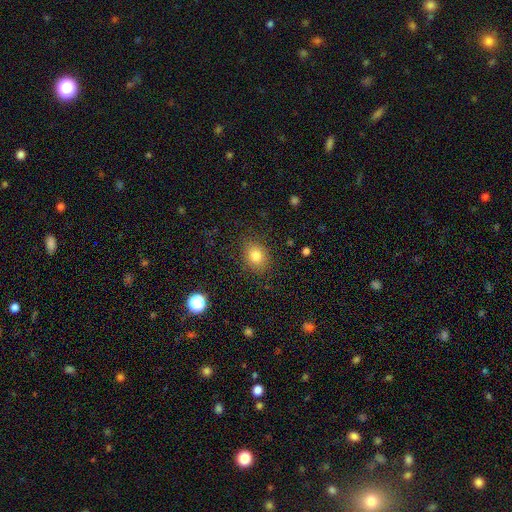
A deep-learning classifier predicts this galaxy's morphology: A smooth galaxy with no disk features (81%) that is round (52%).

Vote fractions:
- Smooth or featured? smooth: 81% / star or artifact: 11% / featured or disk: 8%
- How rounded? round: 52% / in between: 47% / cigar-shaped: 1%
- Merging? none: 85% / minor disturbance: 10% / major disturbance: 4% / merger: 1%